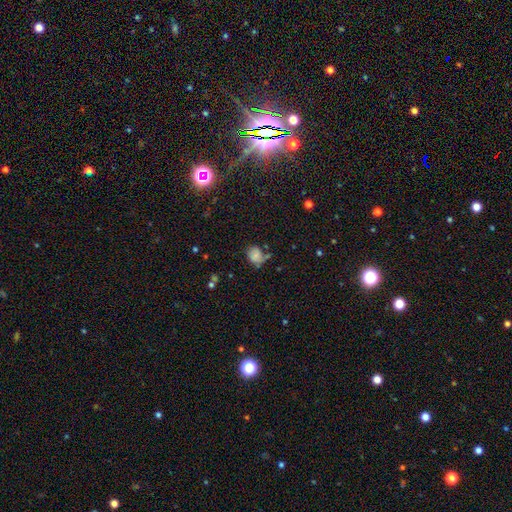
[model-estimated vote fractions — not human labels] smooth 68%, featured or disk 18%, star or artifact 14%. Down the decision tree: how rounded — round (53%); merging — none (49%).